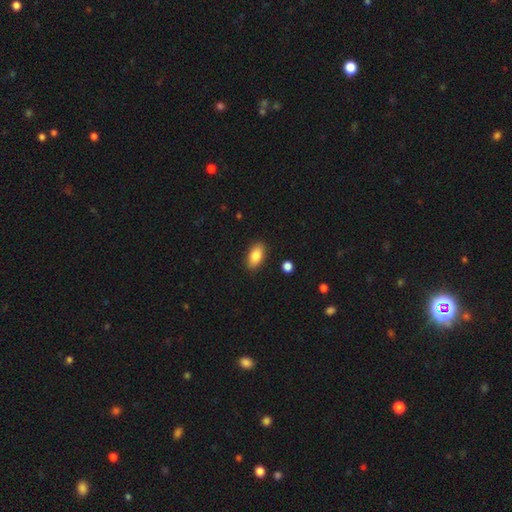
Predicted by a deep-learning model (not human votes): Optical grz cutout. It shows a smooth galaxy with no disk features (84%) that is in between round and cigar-shaped (91%). Merging: none (88%).